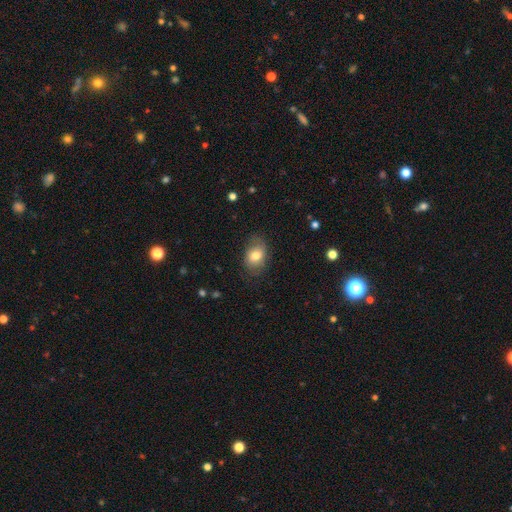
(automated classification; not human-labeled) Morphology: type=smooth (76%); roundness=in between (76%); merging=none (74%).